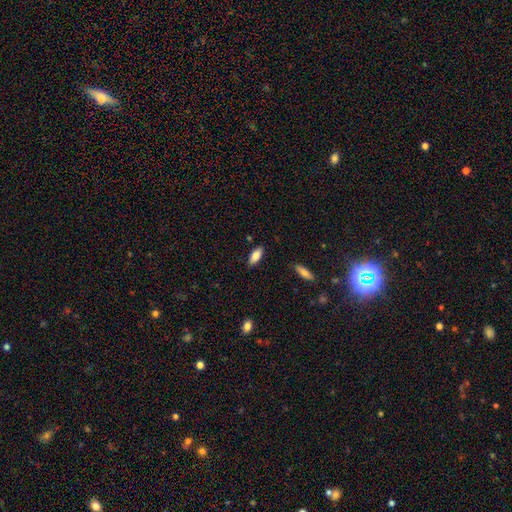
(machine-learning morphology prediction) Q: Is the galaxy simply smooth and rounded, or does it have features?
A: smooth — 82%.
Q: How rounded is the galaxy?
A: in between — 79%.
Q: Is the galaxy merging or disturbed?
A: none — 86%.